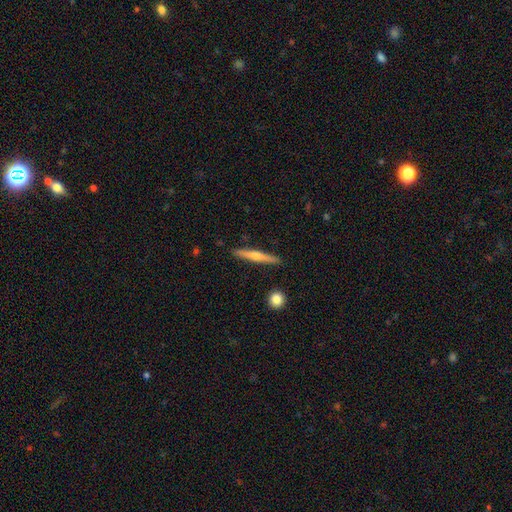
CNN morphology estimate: type=featured or disk (58%); edge-on=yes (97%); edge-on bulge=rounded (81%); merging=none (91%).